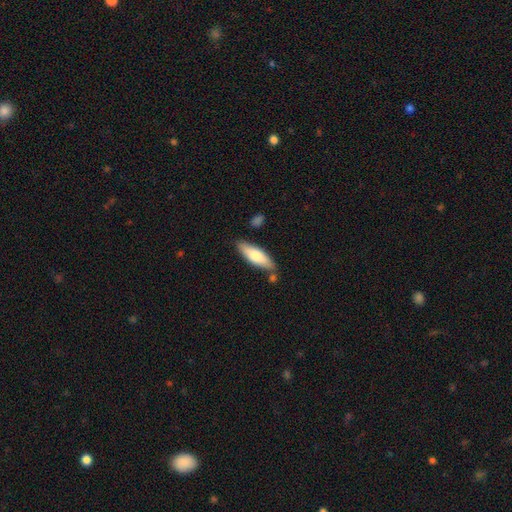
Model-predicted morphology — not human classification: This appears to be a smooth galaxy with no disk features (68%) that is cigar-shaped (49%, tied with in between). Merging: none (75%).